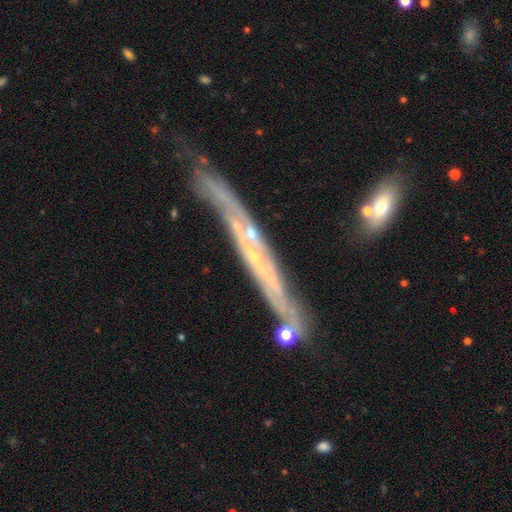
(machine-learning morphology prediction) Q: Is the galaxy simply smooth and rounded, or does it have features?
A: featured or disk — 75%.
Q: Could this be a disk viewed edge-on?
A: yes — 82%.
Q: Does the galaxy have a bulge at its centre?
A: none — 73%.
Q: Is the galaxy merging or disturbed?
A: none — 65%.